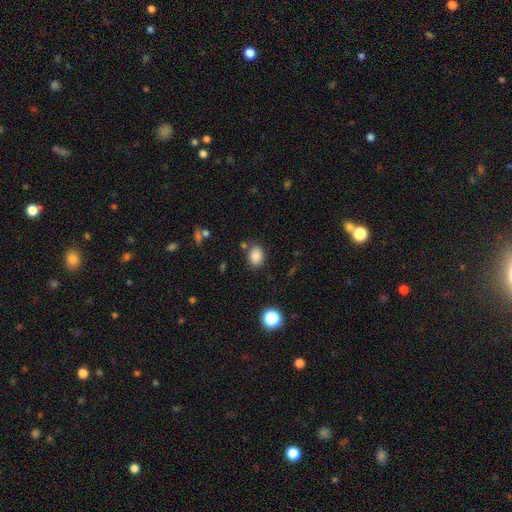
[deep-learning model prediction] Smooth or featured?
  - smooth: 84% *
  - star or artifact: 11%
  - featured or disk: 5%
How rounded?
  - in between: 58% *
  - round: 41%
  - cigar-shaped: 1%
Merging?
  - none: 80% *
  - minor disturbance: 12%
  - merger: 5%
  - major disturbance: 4%